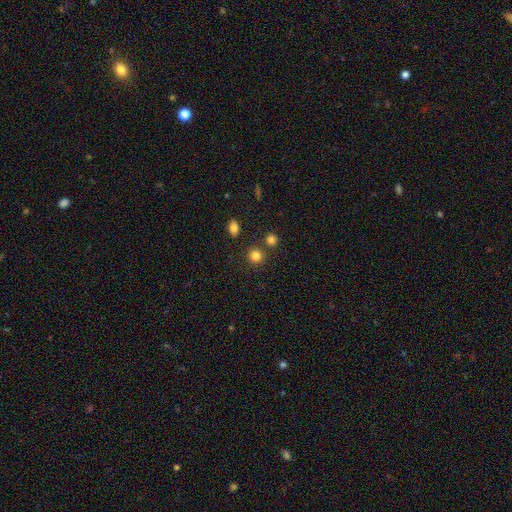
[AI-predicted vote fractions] Q: Smooth or featured?
A: smooth (83%); runner-up: star or artifact (12%)
Q: How rounded?
A: round (89%); runner-up: in between (10%)
Q: Merging?
A: none (81%); runner-up: merger (10%)